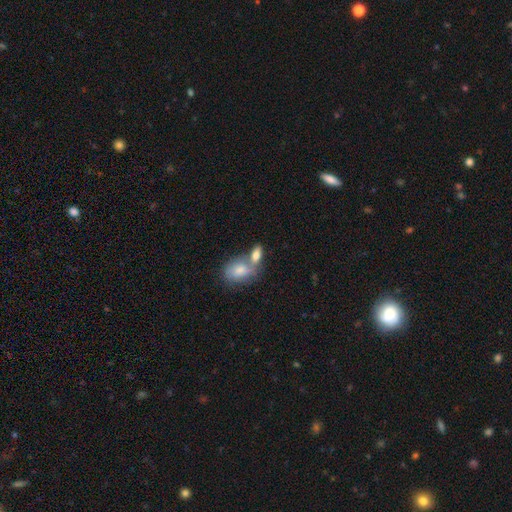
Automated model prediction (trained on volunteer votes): The model was most divided on "merging": merger: 49%, none: 35%, minor disturbance: 11%, major disturbance: 5%. More confident: how rounded — in between (84%); smooth or featured — smooth (76%).